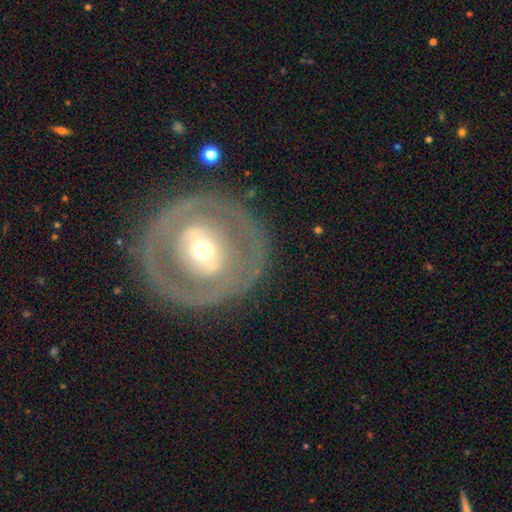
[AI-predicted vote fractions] Smooth or featured: featured or disk — 67% (smooth — 27%)
Edge-on disk: no — 94% (yes — 6%)
Bar: no — 54% (weak — 26%)
Spiral arms: no — 75% (yes — 25%)
Bulge size: moderate — 61% (small — 26%)
Merging: none — 78% (minor disturbance — 12%)